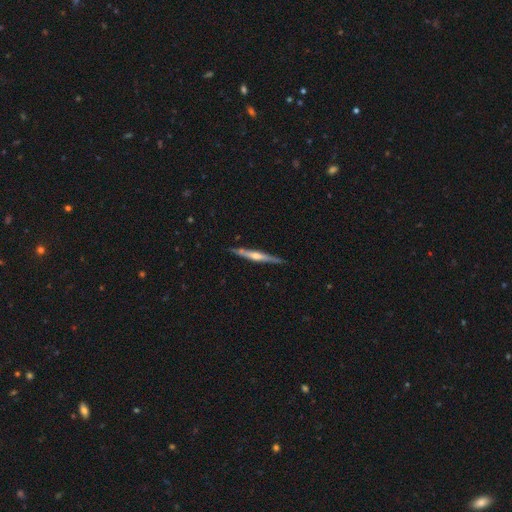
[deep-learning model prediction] The model was most divided on "smooth or featured": featured or disk: 72%, smooth: 22%, star or artifact: 5%. More confident: edge-on disk — yes (98%); merging — none (87%); edge-on bulge — rounded (80%).